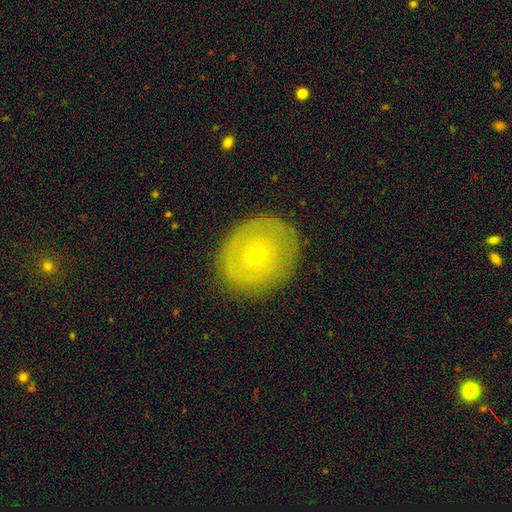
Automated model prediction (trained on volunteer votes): A featured or disk galaxy (50%).

Vote fractions:
- Smooth or featured? featured or disk: 50% / smooth: 41% / star or artifact: 9%
- Edge-on disk? no: 94% / yes: 6%
- Merging? none: 84% / minor disturbance: 10% / major disturbance: 4% / merger: 1%